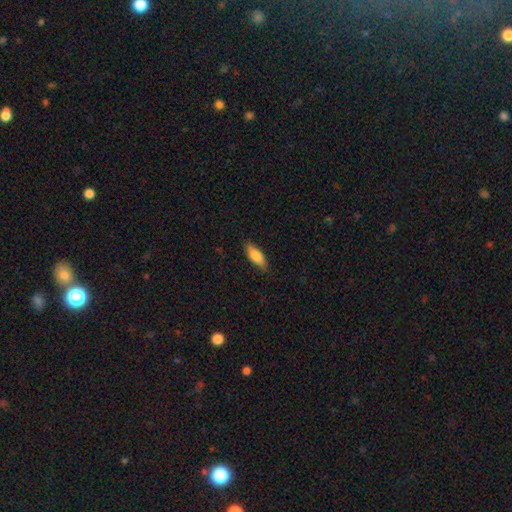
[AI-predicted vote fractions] smooth-or-featured: smooth: 81% | featured or disk: 13% | star or artifact: 6%
  how-rounded: in between: 67% | cigar-shaped: 31% | round: 2%
  merging: none: 85% | minor disturbance: 12% | major disturbance: 2% | merger: 1%